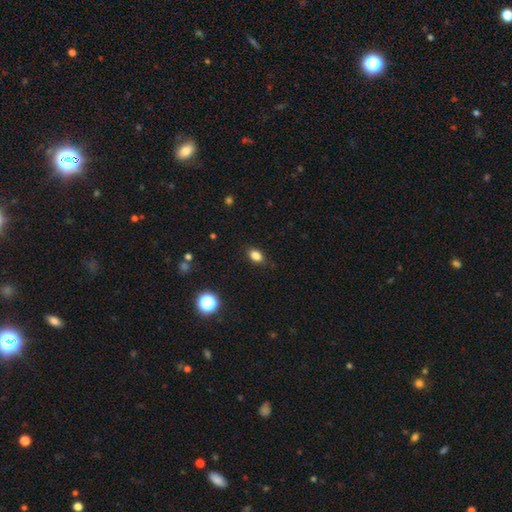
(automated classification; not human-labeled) smooth-or-featured: smooth: 83% | star or artifact: 12% | featured or disk: 5%
  how-rounded: in between: 81% | round: 17% | cigar-shaped: 2%
  merging: none: 86% | minor disturbance: 11% | major disturbance: 2% | merger: 1%